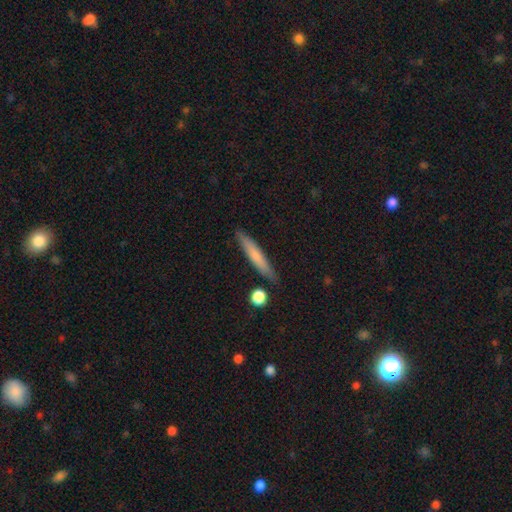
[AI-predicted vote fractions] Smooth or featured? smooth (67%)
How rounded? cigar-shaped (93%)
Merging? none (85%)